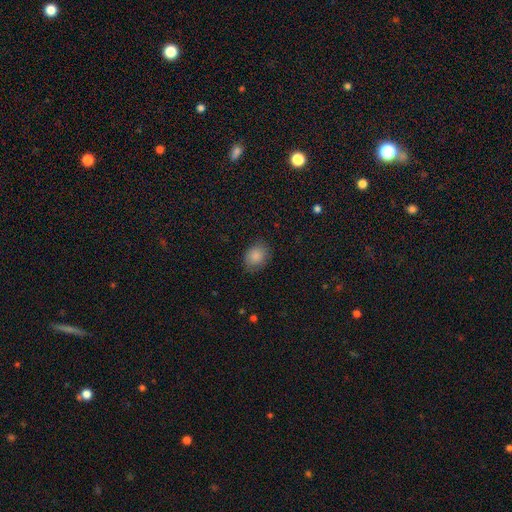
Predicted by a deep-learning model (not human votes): Q: Smooth or featured?
A: smooth (86%); runner-up: star or artifact (8%)
Q: How rounded?
A: in between (59%); runner-up: round (40%)
Q: Merging?
A: none (80%); runner-up: minor disturbance (15%)